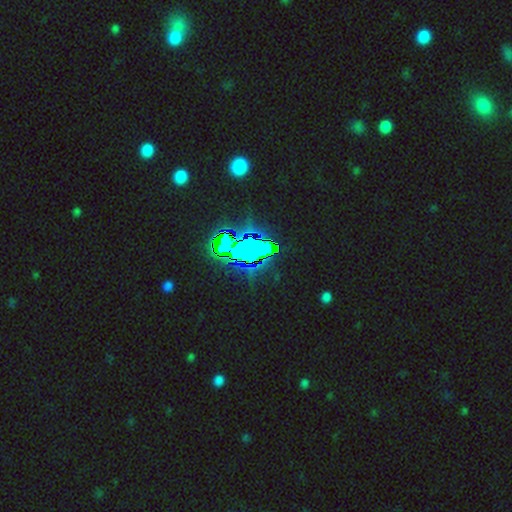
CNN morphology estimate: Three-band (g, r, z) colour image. It shows a star or artifact, not a galaxy (77%).